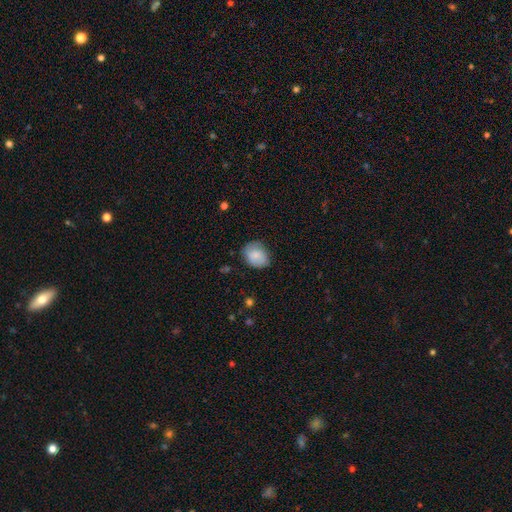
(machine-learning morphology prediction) Smooth or featured?
  - smooth: 78% *
  - featured or disk: 15%
  - star or artifact: 7%
How rounded?
  - round: 50% *
  - in between: 49%
  - cigar-shaped: 1%
Merging?
  - none: 67% *
  - minor disturbance: 25%
  - major disturbance: 6%
  - merger: 1%